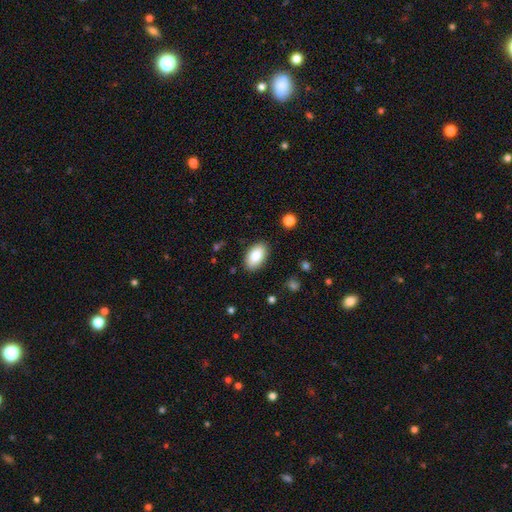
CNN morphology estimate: smooth-or-featured: smooth: 85% | featured or disk: 8% | star or artifact: 7%
  how-rounded: in between: 95% | round: 3% | cigar-shaped: 2%
  merging: none: 87% | minor disturbance: 9% | major disturbance: 2% | merger: 1%